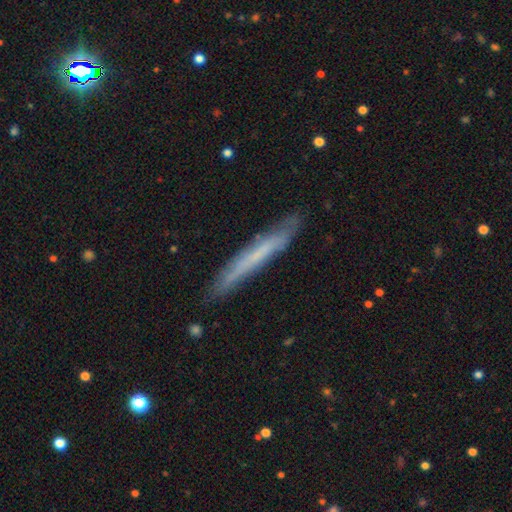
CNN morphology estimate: This is possibly a featured or disk galaxy (47%, tied with smooth). Merging: clearly none (81%).